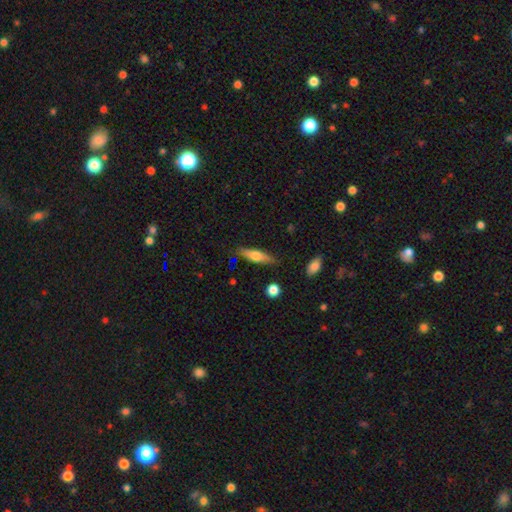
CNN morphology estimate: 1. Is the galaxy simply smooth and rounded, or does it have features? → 53% smooth, 40% featured or disk, 7% star or artifact.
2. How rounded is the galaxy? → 62% cigar-shaped, 35% in between, 3% round.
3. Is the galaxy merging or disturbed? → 82% none, 13% minor disturbance, 3% major disturbance, 2% merger.